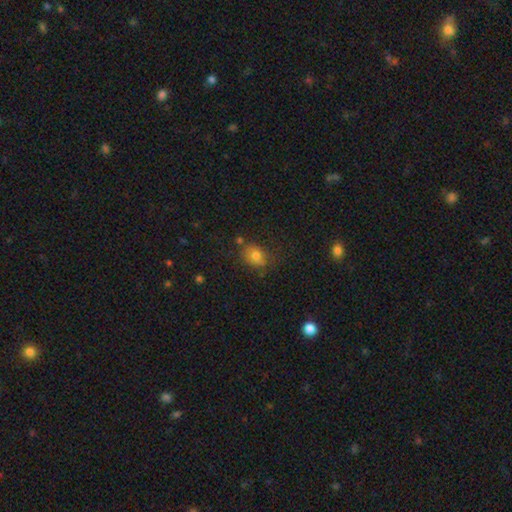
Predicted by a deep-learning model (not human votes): A smooth galaxy with no disk features (76%) that is in between round and cigar-shaped (59%).

Vote fractions:
- Smooth or featured? smooth: 76% / featured or disk: 12% / star or artifact: 12%
- How rounded? in between: 59% / round: 40% / cigar-shaped: 1%
- Merging? none: 69% / minor disturbance: 20% / major disturbance: 6% / merger: 5%